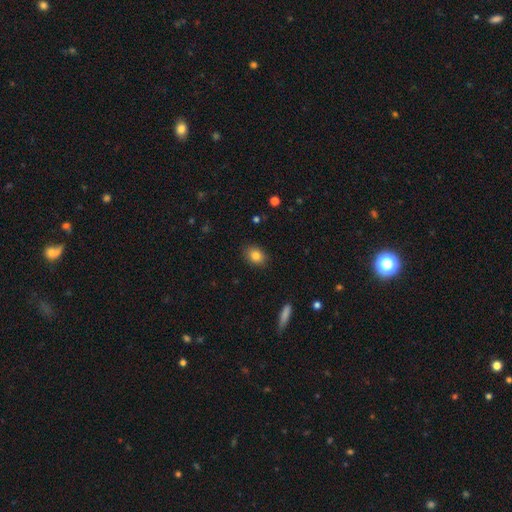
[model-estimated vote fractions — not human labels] Smooth or featured: smooth — 84% (star or artifact — 9%)
How rounded: in between — 67% (round — 31%)
Merging: none — 87% (minor disturbance — 9%)